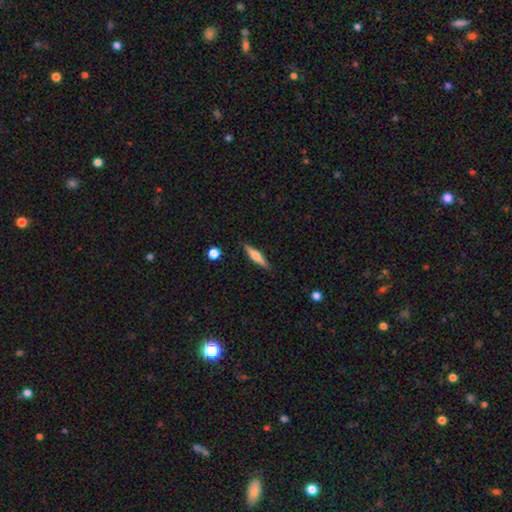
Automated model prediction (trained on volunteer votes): Q: Smooth or featured?
A: featured or disk (52%); runner-up: smooth (42%)
Q: Edge-on disk?
A: yes (96%); runner-up: no (4%)
Q: Merging?
A: none (88%); runner-up: minor disturbance (9%)